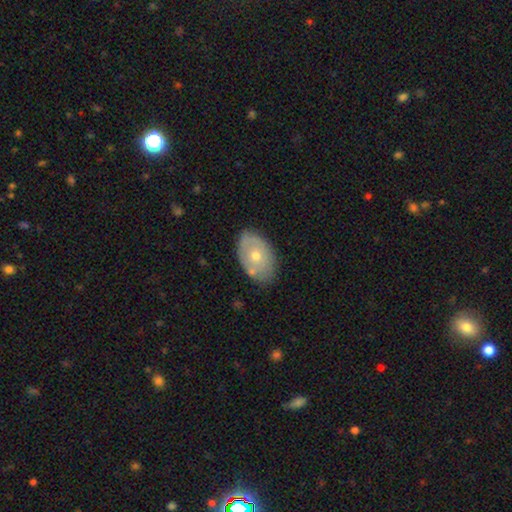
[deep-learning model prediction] This appears to be a smooth galaxy with no disk features (52%) that is in between round and cigar-shaped (86%). Merging: none (74%).